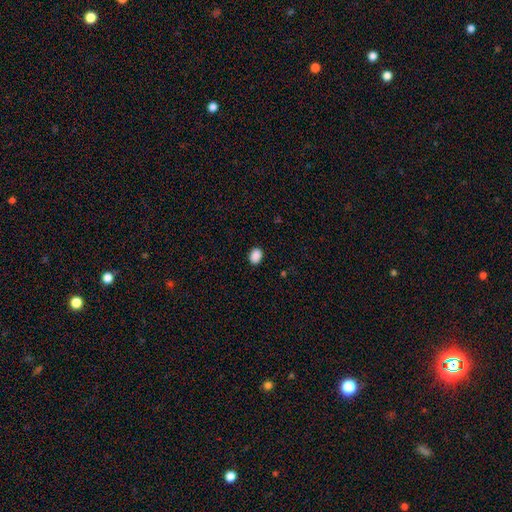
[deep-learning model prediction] smooth 89%, star or artifact 8%, featured or disk 2%. Down the decision tree: how rounded — in between (68%); merging — none (89%).